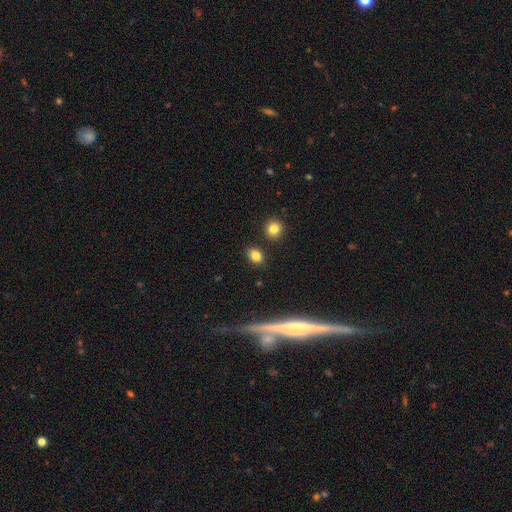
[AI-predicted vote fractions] The model was most divided on "how rounded": in between: 67%, round: 30%, cigar-shaped: 2%. More confident: merging — none (84%); smooth or featured — smooth (83%).